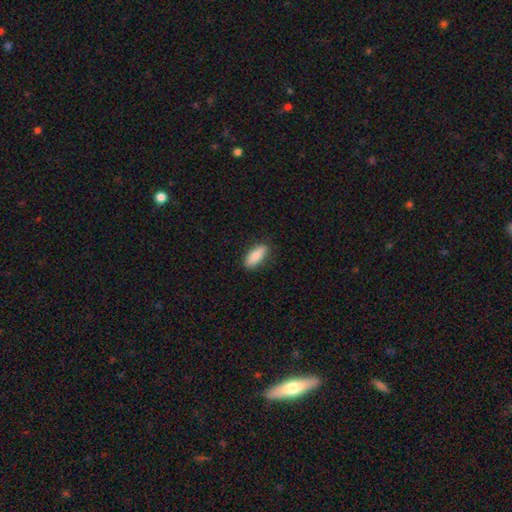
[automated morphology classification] Smooth or featured? Predicted: smooth (p=0.82). How rounded? Predicted: in between (p=0.74). Merging? Predicted: none (p=0.87).